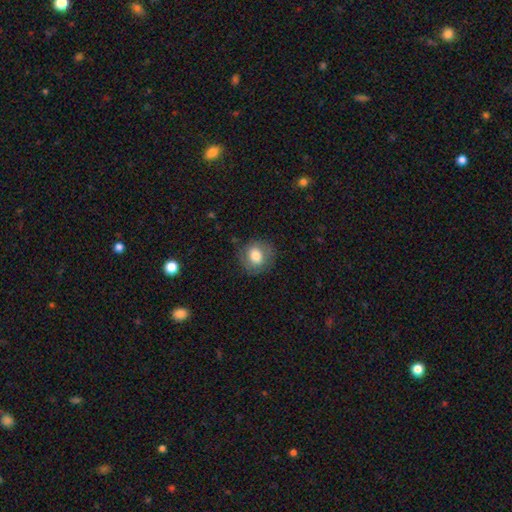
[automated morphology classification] smooth_or_featured: smooth (p=0.72) [alt: featured or disk p=0.19]
how_rounded: round (p=0.77) [alt: in between p=0.22]
merging: none (p=0.78) [alt: minor disturbance p=0.15]